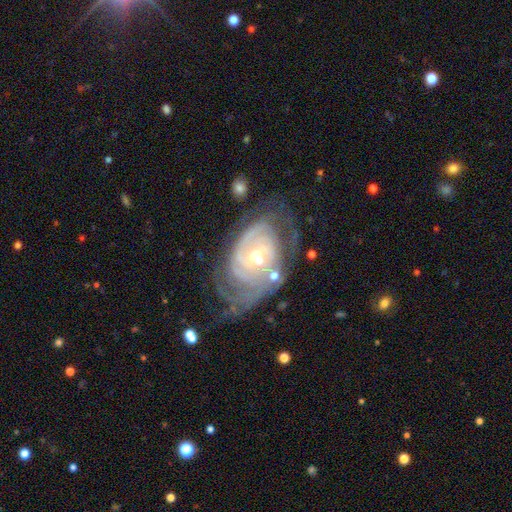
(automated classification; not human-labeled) A featured or disk galaxy (89%) with no bar (53%), tight (73%) spiral arms (96%) and a small central bulge (51%). Merging: none (61%).